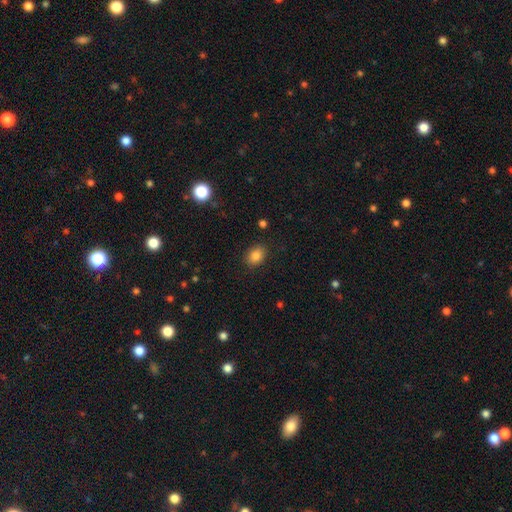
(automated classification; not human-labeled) Smooth or featured?
  - smooth: 85% *
  - star or artifact: 10%
  - featured or disk: 6%
How rounded?
  - in between: 68% *
  - round: 31%
  - cigar-shaped: 1%
Merging?
  - none: 86% *
  - minor disturbance: 10%
  - major disturbance: 3%
  - merger: 1%